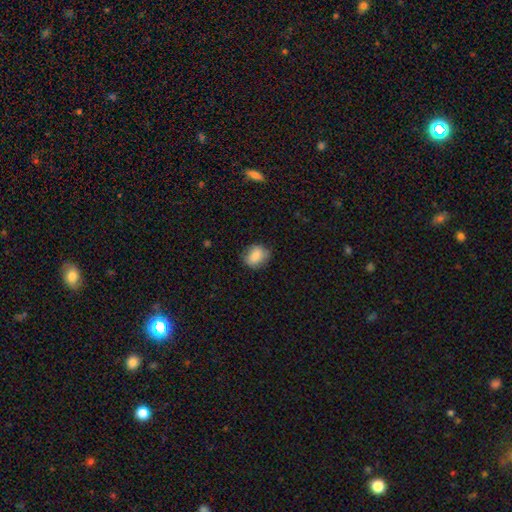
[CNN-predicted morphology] A smooth galaxy with no disk features (81%) that is round (57%).

Vote fractions:
- Smooth or featured? smooth: 81% / featured or disk: 11% / star or artifact: 8%
- How rounded? round: 57% / in between: 41% / cigar-shaped: 1%
- Merging? none: 77% / minor disturbance: 18% / major disturbance: 4% / merger: 1%